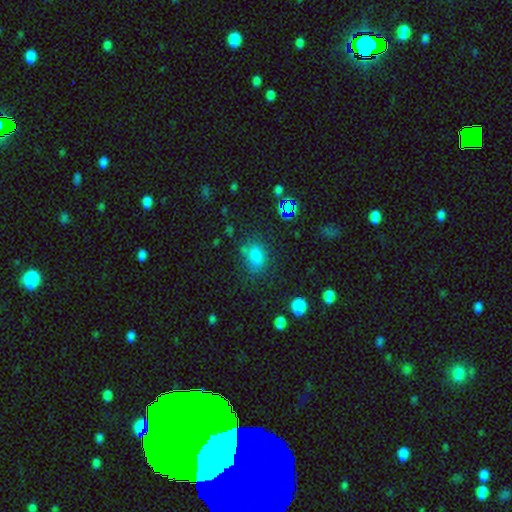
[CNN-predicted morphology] Smooth or featured: smooth — 75% (star or artifact — 17%)
How rounded: in between — 72% (round — 26%)
Merging: none — 66% (minor disturbance — 19%)